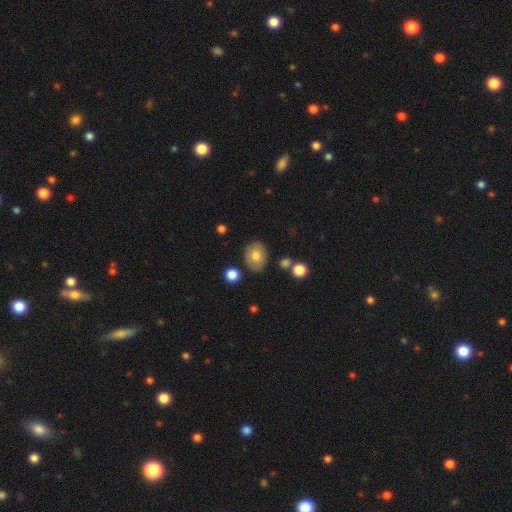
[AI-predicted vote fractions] This appears to be a smooth galaxy with no disk features (73%) that is in between round and cigar-shaped (60%). Merging: none (80%).